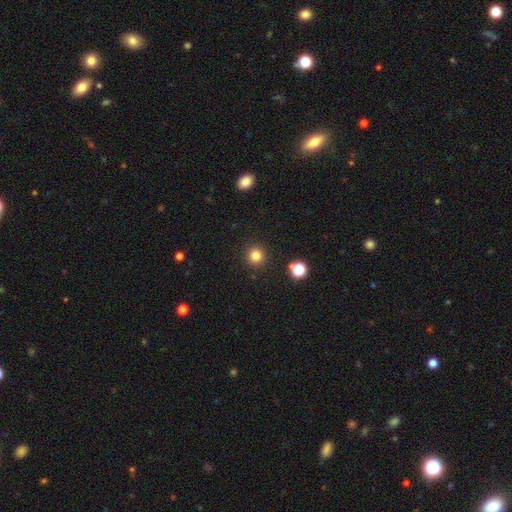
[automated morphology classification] Smooth or featured? smooth (81%)
How rounded? round (95%)
Merging? none (91%)